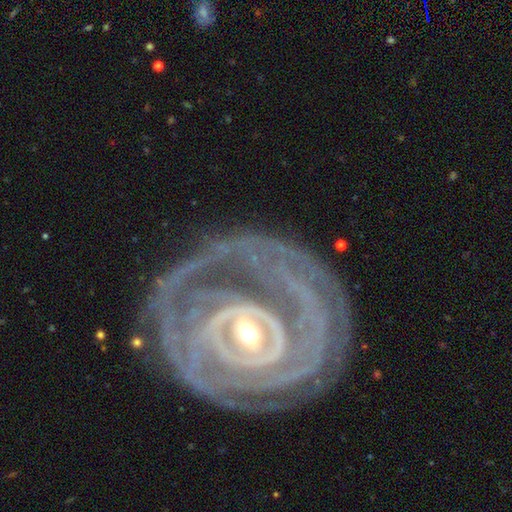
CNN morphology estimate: Smooth or featured?
  - featured or disk: 89% *
  - smooth: 6%
  - star or artifact: 5%
Edge-on disk?
  - no: 96% *
  - yes: 4%
Bar?
  - strong: 39% *
  - weak: 34%
  - no: 28%
Spiral arms?
  - yes: 91% *
  - no: 9%
Spiral winding?
  - tight: 86% *
  - medium: 11%
  - loose: 3%
Spiral arm count?
  - can't tell: 32% *
  - 2: 21%
  - 3: 16%
  - 4: 12%
  - more than 4: 11%
  - 1: 8%
Bulge size?
  - moderate: 49% *
  - small: 43%
  - large: 5%
  - dominant: 1%
  - none: 1%
Merging?
  - none: 74% *
  - minor disturbance: 15%
  - major disturbance: 8%
  - merger: 2%